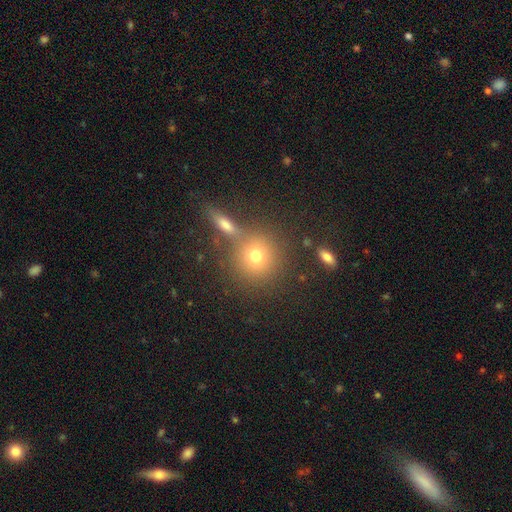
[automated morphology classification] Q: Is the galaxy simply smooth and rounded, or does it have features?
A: smooth — 70%.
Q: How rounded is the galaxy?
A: round — 87%.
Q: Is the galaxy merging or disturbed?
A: none — 68%.